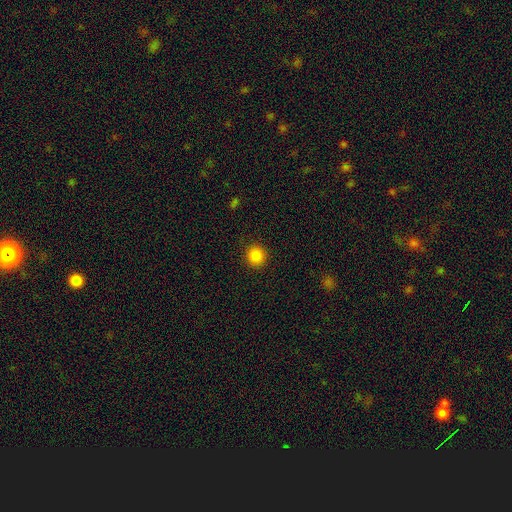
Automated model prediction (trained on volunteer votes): Smooth or featured?
  - smooth: 85% *
  - star or artifact: 11%
  - featured or disk: 4%
How rounded?
  - round: 93% *
  - in between: 6%
  - cigar-shaped: 1%
Merging?
  - none: 92% *
  - minor disturbance: 5%
  - major disturbance: 2%
  - merger: 1%